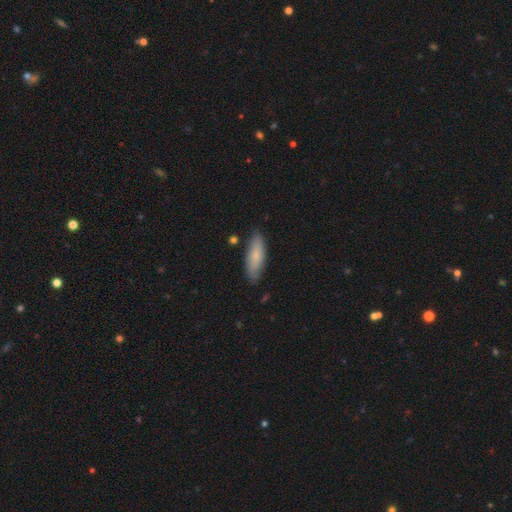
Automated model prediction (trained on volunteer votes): smooth 78%, featured or disk 16%, star or artifact 6%. Down the decision tree: how rounded — in between (53%); merging — none (80%).